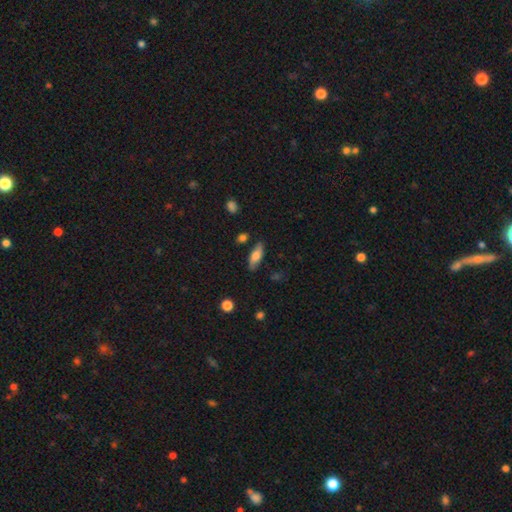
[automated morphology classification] The model was most divided on "smooth or featured": smooth: 66%, featured or disk: 27%, star or artifact: 7%. More confident: merging — none (78%); how rounded — in between (71%).